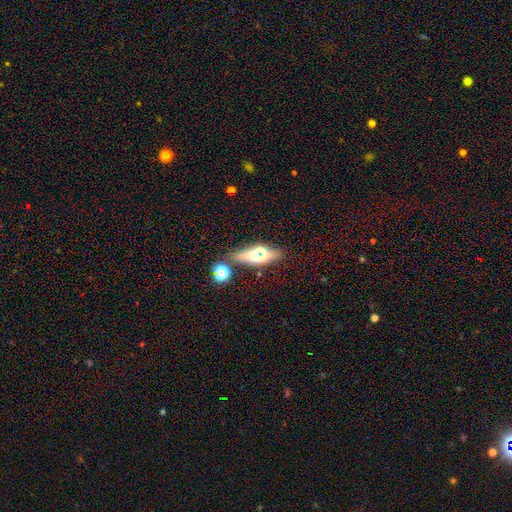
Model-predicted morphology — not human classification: Smooth or featured? Predicted: smooth (p=0.49). Merging? Predicted: none (p=0.83).